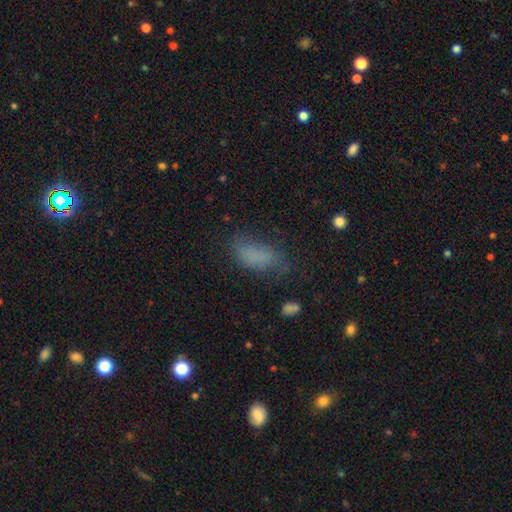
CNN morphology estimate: Overall: smooth (73%). How rounded: in between (87%). Merging: none (53%; minor disturbance 27%).